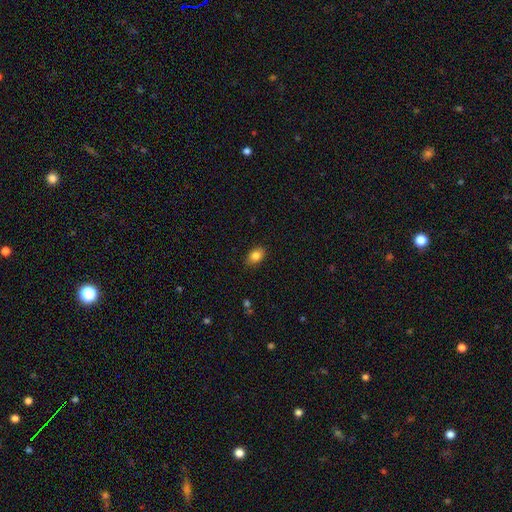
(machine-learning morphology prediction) Smooth or featured?
  - smooth: 84% *
  - star or artifact: 9%
  - featured or disk: 7%
How rounded?
  - in between: 80% *
  - round: 18%
  - cigar-shaped: 2%
Merging?
  - none: 85% *
  - minor disturbance: 12%
  - major disturbance: 2%
  - merger: 1%